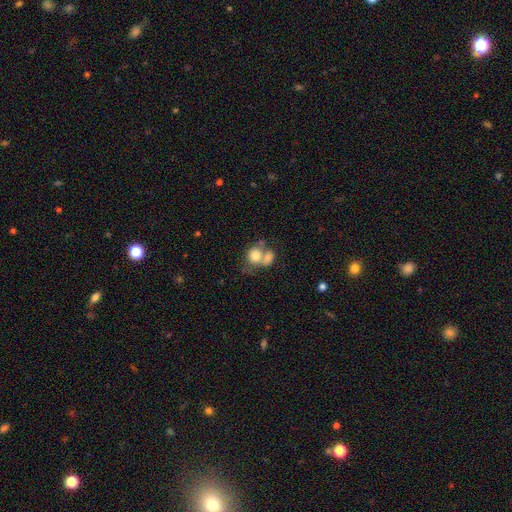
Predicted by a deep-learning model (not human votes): A smooth galaxy with no disk features (75%) that is round (64%).

Vote fractions:
- Smooth or featured? smooth: 75% / featured or disk: 16% / star or artifact: 9%
- How rounded? round: 64% / in between: 35% / cigar-shaped: 1%
- Merging? merger: 60% / none: 24% / minor disturbance: 9% / major disturbance: 7%